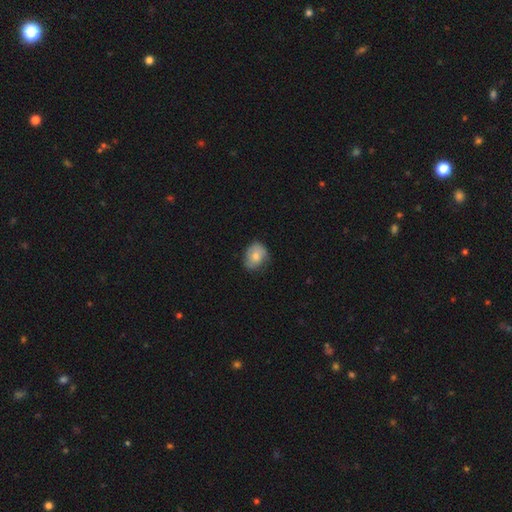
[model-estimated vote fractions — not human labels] A smooth galaxy with no disk features (61%) that is round (50%). Merging: none (65%).